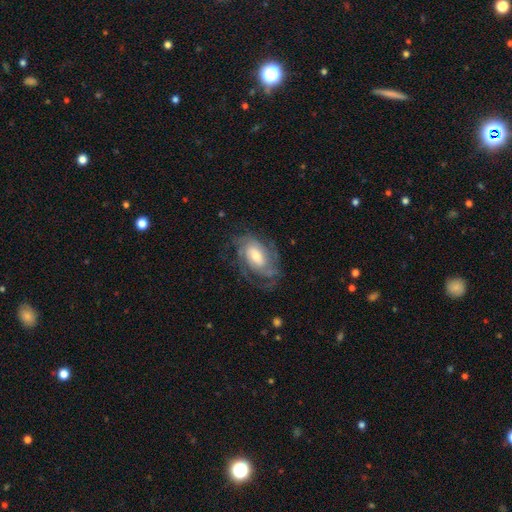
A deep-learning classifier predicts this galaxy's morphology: smooth-or-featured: featured or disk: 79% | smooth: 15% | star or artifact: 6%
  disk-edge-on: no: 96% | yes: 4%
    bar: no: 48% | weak: 41% | strong: 11%
    has-spiral-arms: yes: 91% | no: 9%
      spiral-winding: tight: 55% | medium: 35% | loose: 11%
      spiral-arm-count: can't tell: 37% | 2: 28% | 3: 18% | 4: 7% | 1: 6% | more than 4: 4%
    bulge-size: moderate: 53% | large: 22% | small: 20% | none: 2% | dominant: 2%
  merging: none: 65% | minor disturbance: 20% | major disturbance: 14% | merger: 1%